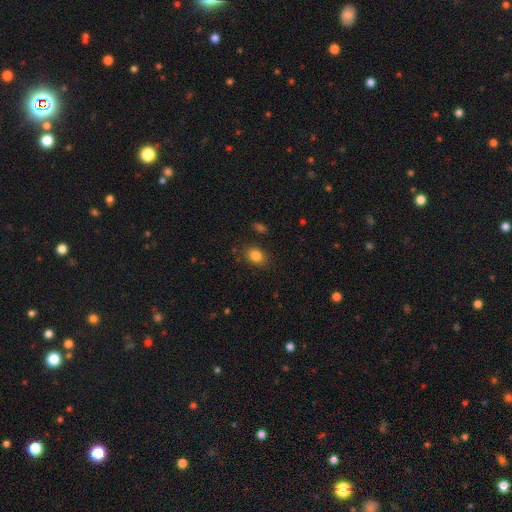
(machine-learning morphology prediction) Q: Smooth or featured?
A: smooth (84%); runner-up: star or artifact (11%)
Q: How rounded?
A: in between (67%); runner-up: round (32%)
Q: Merging?
A: none (83%); runner-up: minor disturbance (11%)